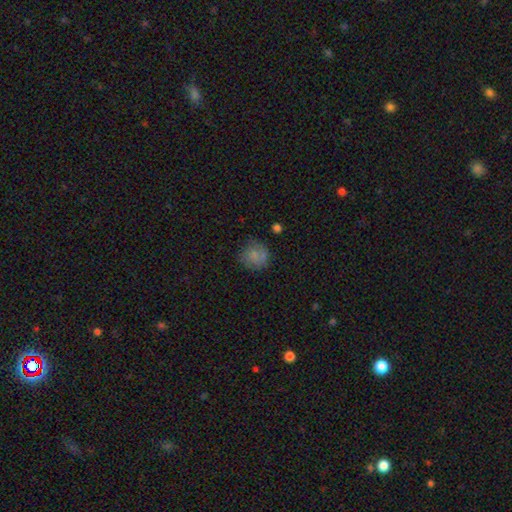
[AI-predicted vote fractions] Smooth or featured? smooth (77%)
How rounded? round (85%)
Merging? none (69%)